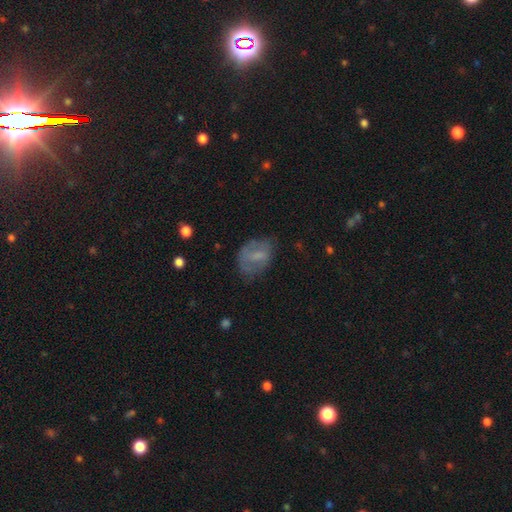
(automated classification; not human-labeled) Q: Smooth or featured?
A: smooth (55%); runner-up: featured or disk (35%)
Q: How rounded?
A: in between (76%); runner-up: round (22%)
Q: Merging?
A: none (54%); runner-up: minor disturbance (28%)